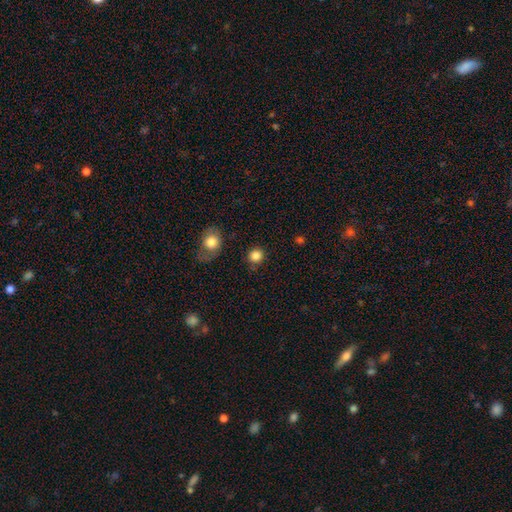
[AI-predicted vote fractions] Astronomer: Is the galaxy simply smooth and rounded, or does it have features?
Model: smooth — 85%.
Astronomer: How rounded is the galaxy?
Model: round — 90%.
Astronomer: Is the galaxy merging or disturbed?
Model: none — 86%.